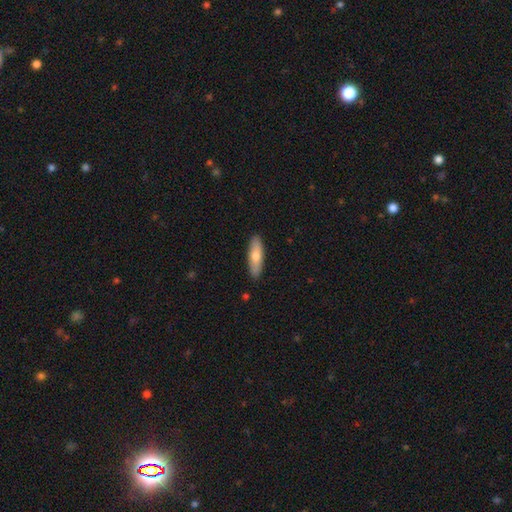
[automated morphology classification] This appears to be a smooth galaxy with no disk features (70%) that is cigar-shaped (60%). Merging: none (90%).